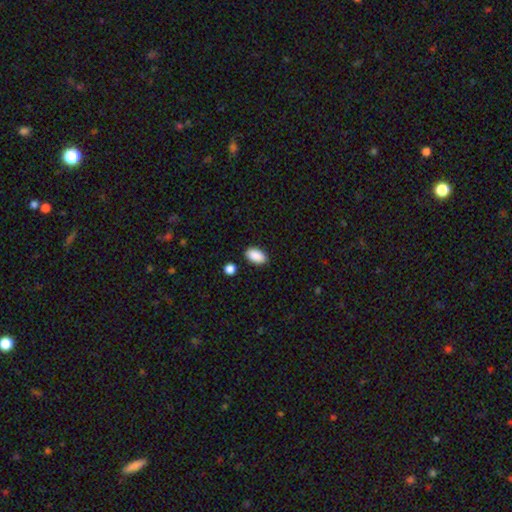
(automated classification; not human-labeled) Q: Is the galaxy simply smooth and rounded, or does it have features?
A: smooth — 90%.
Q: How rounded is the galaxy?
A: in between — 94%.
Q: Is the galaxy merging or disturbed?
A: none — 86%.